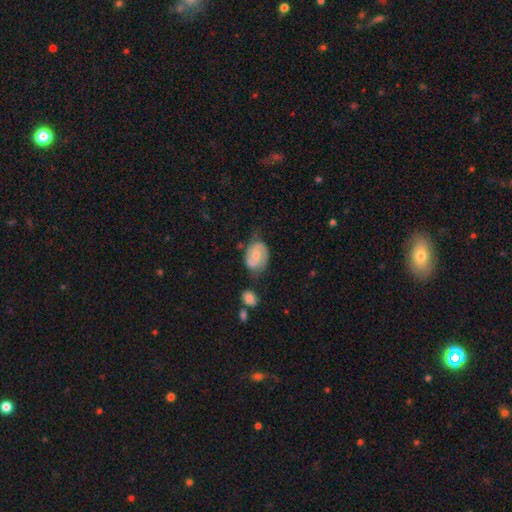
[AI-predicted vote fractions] Smooth or featured? Predicted: featured or disk (p=0.77). Edge-on disk? Predicted: no (p=0.97). Bar? Predicted: no (p=0.60). Spiral arms? Predicted: yes (p=0.94). Spiral winding? Predicted: medium (p=0.45). Spiral arm count? Predicted: 2 (p=0.83). Bulge size? Predicted: moderate (p=0.52). Merging? Predicted: none (p=0.59).